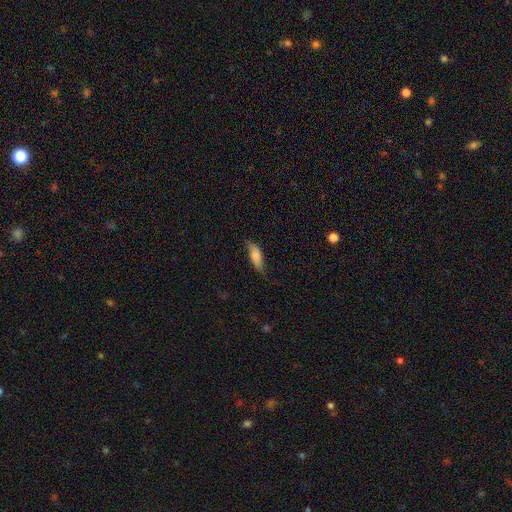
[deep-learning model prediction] smooth-or-featured: smooth: 67% | featured or disk: 26% | star or artifact: 7%
  how-rounded: in between: 66% | cigar-shaped: 31% | round: 3%
  merging: none: 67% | minor disturbance: 25% | major disturbance: 7% | merger: 1%